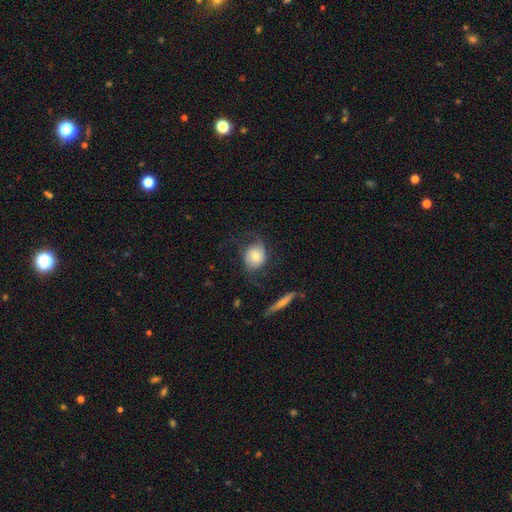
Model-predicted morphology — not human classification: type=smooth (49%); merging=none (47%).